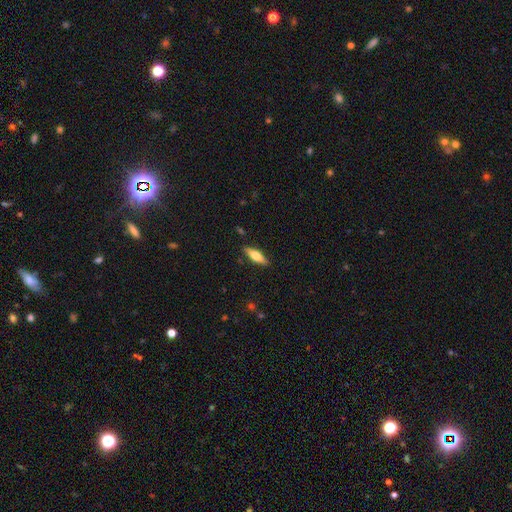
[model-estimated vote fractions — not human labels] Smooth or featured? Predicted: smooth (p=0.47, tied with featured or disk). Merging? Predicted: none (p=0.88).